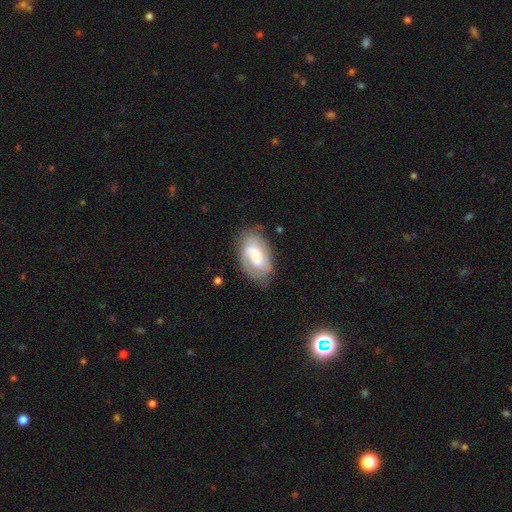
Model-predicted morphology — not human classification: The model was most divided on "bar": weak: 45%, no: 42%, strong: 13%. Remaining: edge-on disk — no (96%); spiral arms — yes (88%); merging — none (70%); smooth or featured — featured or disk (69%); spiral arm count — 2 (58%); bulge size — small (46%); spiral winding — medium (42%).